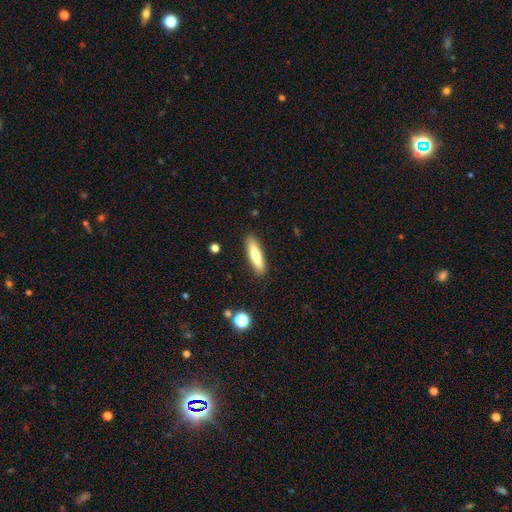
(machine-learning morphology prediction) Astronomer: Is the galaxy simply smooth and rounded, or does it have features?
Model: smooth — 77%.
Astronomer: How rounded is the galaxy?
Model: cigar-shaped — 72%.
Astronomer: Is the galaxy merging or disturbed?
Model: none — 88%.